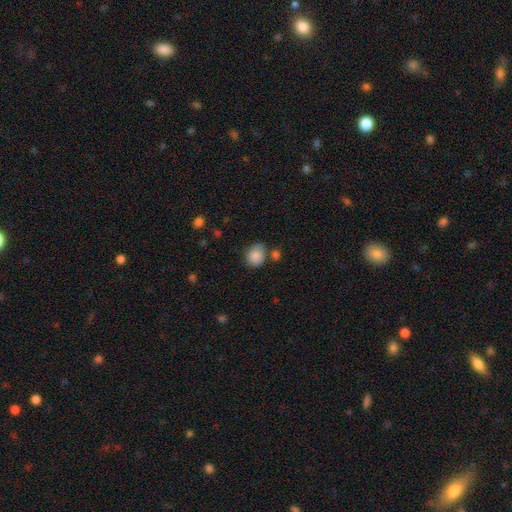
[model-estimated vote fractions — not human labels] Morphology: type=smooth (86%); roundness=round (57%); merging=none (63%).